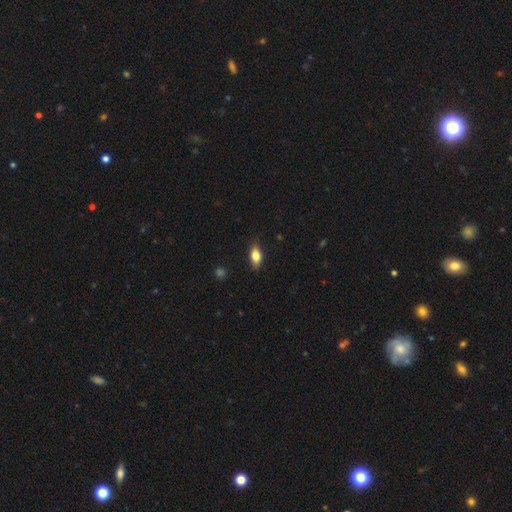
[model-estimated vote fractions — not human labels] Smooth or featured? Predicted: smooth (p=0.77). How rounded? Predicted: in between (p=0.84). Merging? Predicted: none (p=0.82).